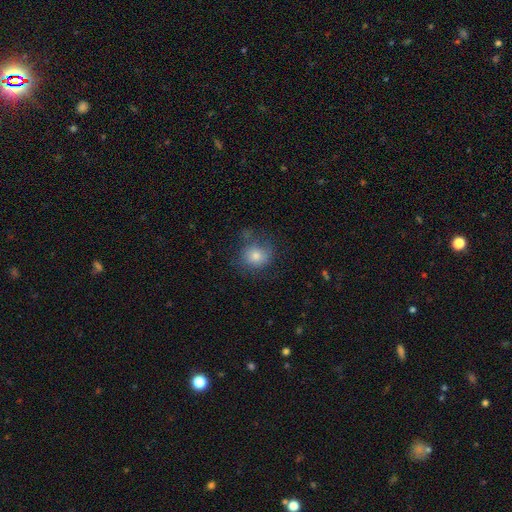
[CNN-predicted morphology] Smooth or featured? smooth (77%)
How rounded? round (78%)
Merging? none (68%)